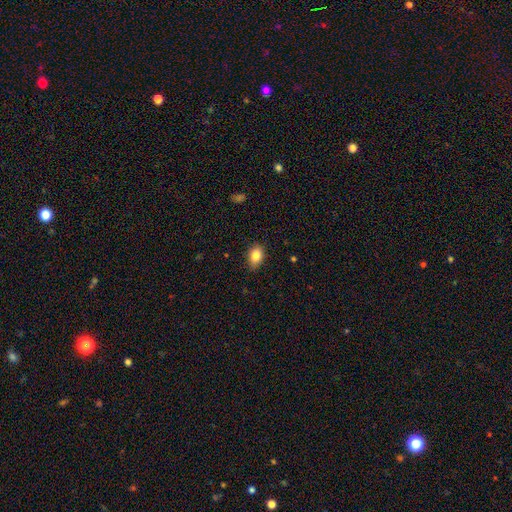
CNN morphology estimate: smooth 85%, star or artifact 8%, featured or disk 6%. Down the decision tree: how rounded — in between (81%); merging — none (82%).